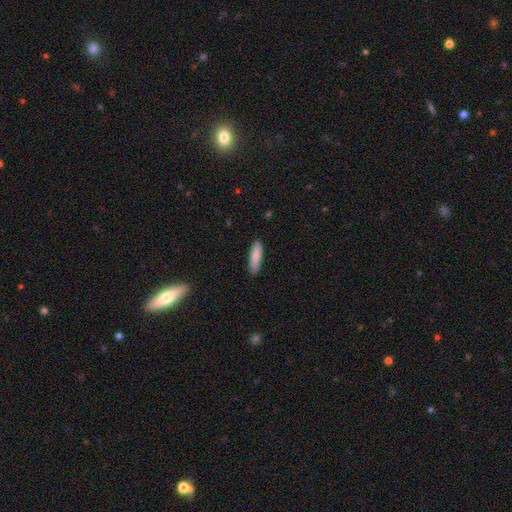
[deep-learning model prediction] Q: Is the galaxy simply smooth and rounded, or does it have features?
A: smooth — 87%.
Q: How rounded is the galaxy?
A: cigar-shaped — 66%.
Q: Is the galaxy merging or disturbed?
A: none — 86%.